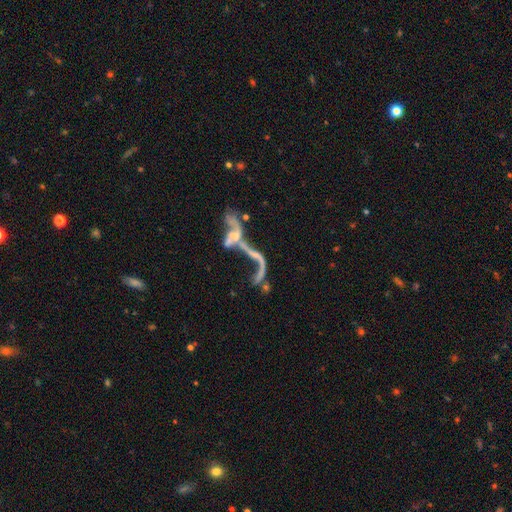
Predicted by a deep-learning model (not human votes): A featured or disk galaxy (70%) with no bar (68%), spiral arms (55%) and no central bulge (41%).

Vote fractions:
- Smooth or featured? featured or disk: 70% / smooth: 17% / star or artifact: 13%
- Edge-on disk? no: 90% / yes: 10%
- Bar? no: 68% / weak: 22% / strong: 11%
- Spiral arms? yes: 55% / no: 45%
- Bulge size? none: 41% / small: 36% / moderate: 18% / large: 3% / dominant: 2%
- Merging? merger: 59% / major disturbance: 21% / none: 13% / minor disturbance: 6%